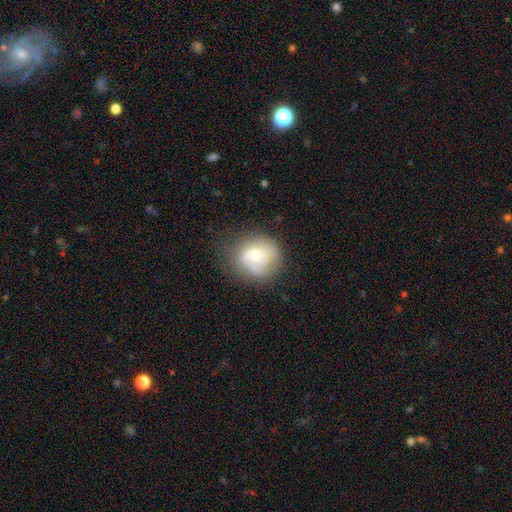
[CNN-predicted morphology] type=featured or disk (50%); edge-on=no (97%); merging=none (67%).